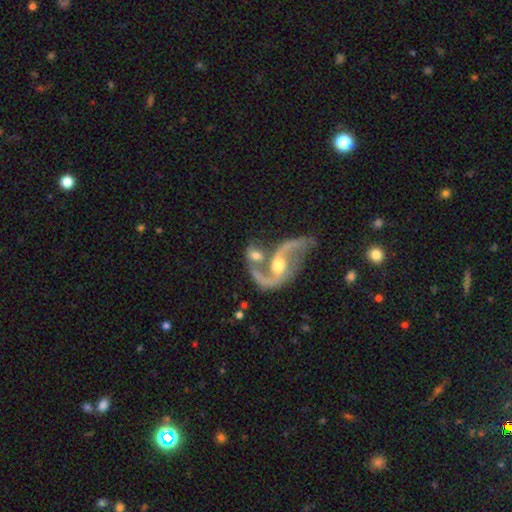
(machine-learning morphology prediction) Smooth or featured? featured or disk (79%)
Edge-on disk? no (96%)
Bar? no (49%)
Spiral arms? yes (90%)
Spiral winding? loose (69%)
Spiral arm count? 2 (89%)
Bulge size? moderate (62%)
Merging? merger (49%)